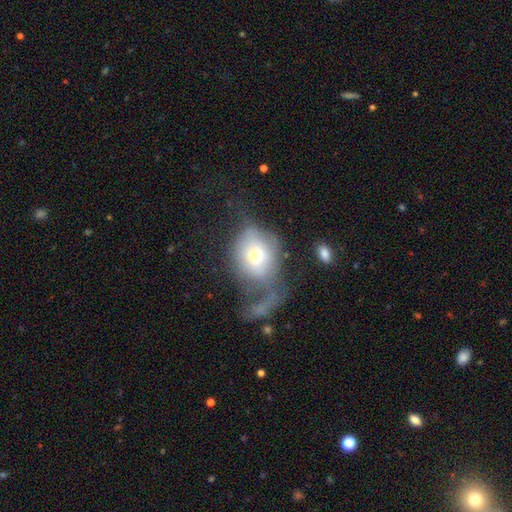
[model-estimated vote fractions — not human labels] A smooth galaxy with no disk features (61%) that is round (55%).

Vote fractions:
- Smooth or featured? smooth: 61% / featured or disk: 29% / star or artifact: 10%
- How rounded? round: 55% / in between: 43% / cigar-shaped: 2%
- Merging? major disturbance: 52% / none: 21% / minor disturbance: 17% / merger: 10%